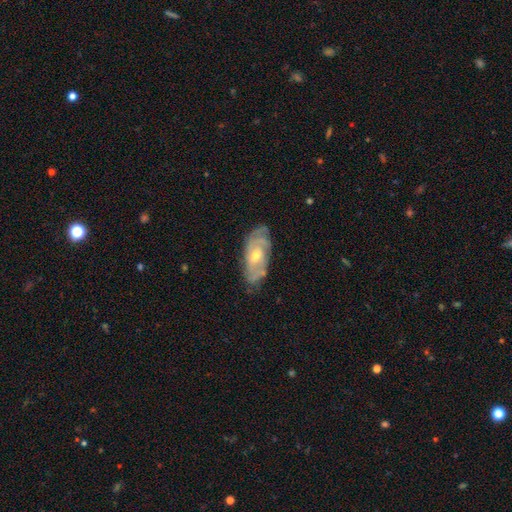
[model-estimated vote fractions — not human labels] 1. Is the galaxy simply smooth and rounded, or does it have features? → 80% featured or disk, 14% smooth, 6% star or artifact.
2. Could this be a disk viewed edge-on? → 92% no, 8% yes.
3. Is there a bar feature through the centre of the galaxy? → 61% no, 32% weak, 7% strong.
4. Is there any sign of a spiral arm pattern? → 91% yes, 9% no.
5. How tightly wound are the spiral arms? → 62% tight, 30% medium, 8% loose.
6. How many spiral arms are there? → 37% can't tell, 27% 2, 19% 3, 9% 4, 4% 1, 4% more than 4.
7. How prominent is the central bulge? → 53% moderate, 44% small, 2% large, 1% none, 1% dominant.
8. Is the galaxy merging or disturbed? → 73% none, 20% minor disturbance, 5% major disturbance, 1% merger.